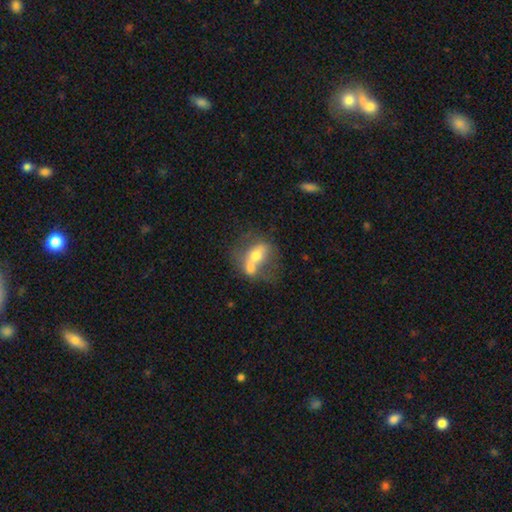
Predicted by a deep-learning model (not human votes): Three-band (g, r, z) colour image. It shows a smooth galaxy with no disk features (51%) that is in between round and cigar-shaped (69%). Merging: merger (62%).